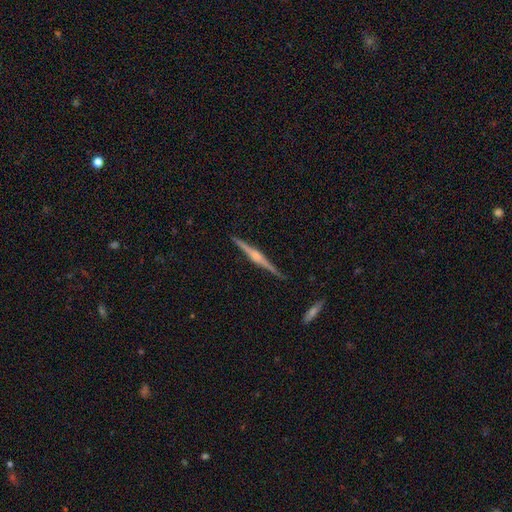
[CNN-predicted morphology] Smooth or featured: featured or disk — 84% (smooth — 11%)
Edge-on disk: yes — 99% (no — 1%)
Edge-on bulge: rounded — 81% (boxy — 13%)
Merging: none — 91% (minor disturbance — 7%)